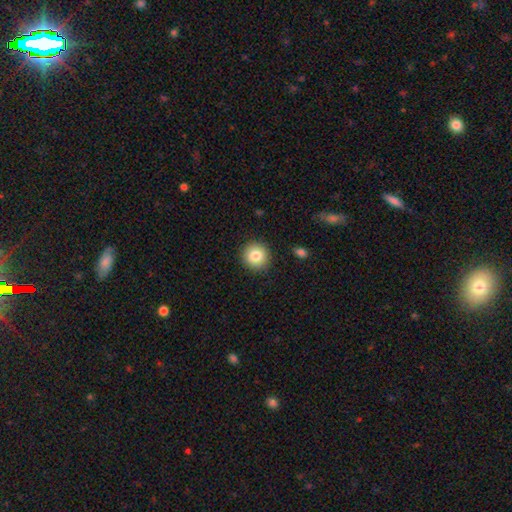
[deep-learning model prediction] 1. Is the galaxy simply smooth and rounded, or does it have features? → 83% smooth, 9% star or artifact, 8% featured or disk.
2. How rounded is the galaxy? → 94% round, 5% in between, 1% cigar-shaped.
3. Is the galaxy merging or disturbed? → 91% none, 6% minor disturbance, 2% major disturbance, 1% merger.